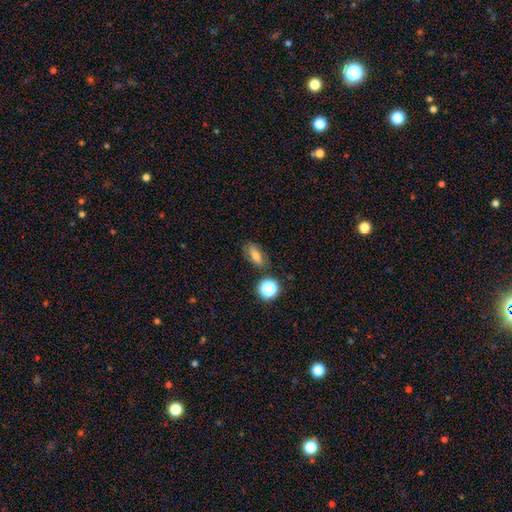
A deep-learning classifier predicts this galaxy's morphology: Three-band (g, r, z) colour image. It shows a smooth galaxy with no disk features (64%) that is in between round and cigar-shaped (65%). Merging: none (79%).